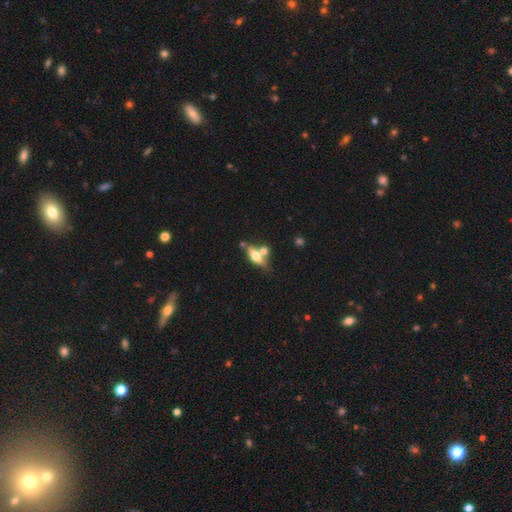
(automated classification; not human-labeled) Q: Smooth or featured?
A: featured or disk (52%); runner-up: smooth (39%)
Q: Edge-on disk?
A: yes (83%); runner-up: no (17%)
Q: Merging?
A: none (52%); runner-up: merger (31%)